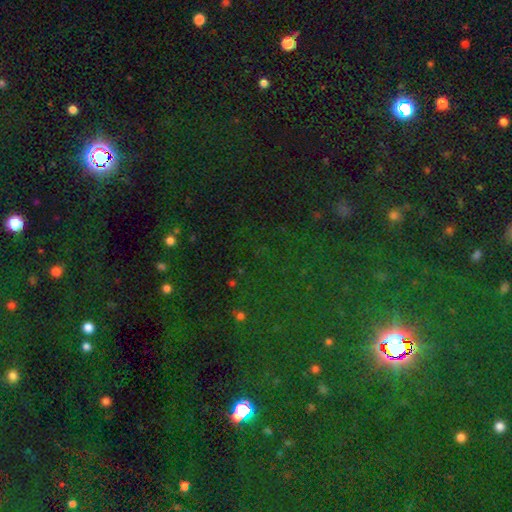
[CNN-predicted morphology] Smooth or featured: star or artifact — 77% (smooth — 15%)